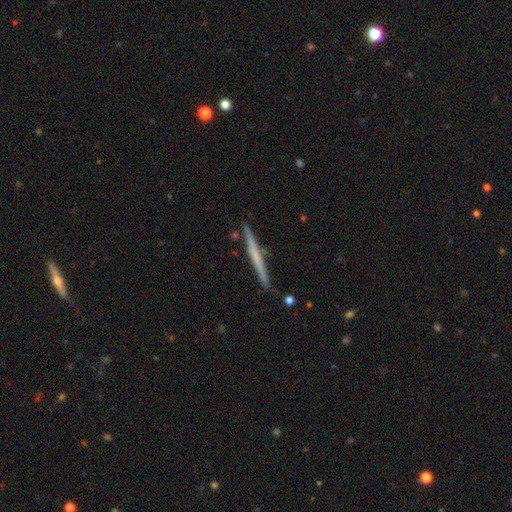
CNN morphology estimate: smooth-or-featured: featured or disk: 55% | smooth: 39% | star or artifact: 5%
  disk-edge-on: yes: 98% | no: 2%
    edge-on-bulge: none: 81% | rounded: 13% | boxy: 6%
  merging: none: 89% | minor disturbance: 8% | merger: 2% | major disturbance: 1%